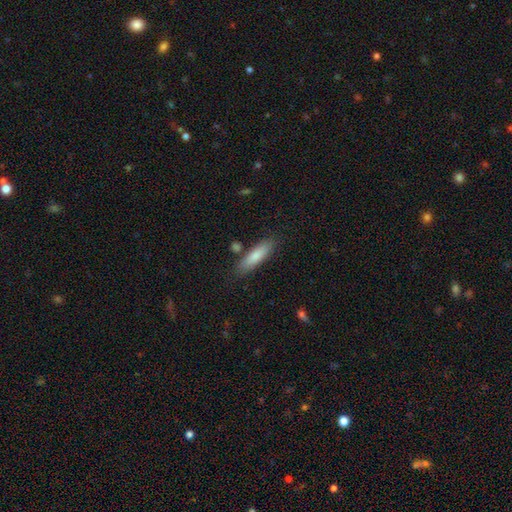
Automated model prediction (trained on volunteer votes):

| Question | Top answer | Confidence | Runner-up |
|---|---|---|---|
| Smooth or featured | smooth | 79% | featured or disk (15%) |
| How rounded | cigar-shaped | 68% | in between (30%) |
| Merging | none | 81% | minor disturbance (12%) |